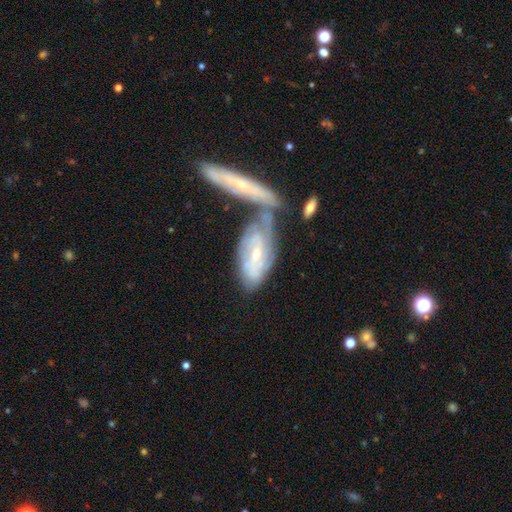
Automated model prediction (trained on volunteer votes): This is likely a featured or disk galaxy (72%). It is clearly not viewed edge-on (84%). Bar: possibly no (47%). Spiral arm pattern: clearly yes (84%). Spiral arm count: possibly can't tell (56%). Spiral winding: likely tight (64%). Central bulge: likely small (61%). Merging: marginally merger (41%).